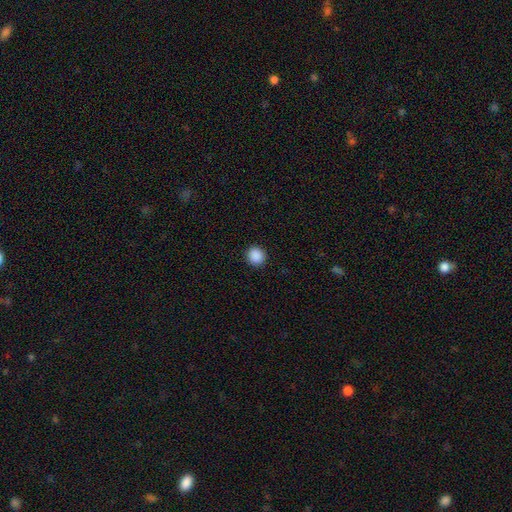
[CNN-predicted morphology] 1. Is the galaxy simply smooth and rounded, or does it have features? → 89% smooth, 9% star or artifact, 2% featured or disk.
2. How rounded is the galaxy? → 89% round, 10% in between, 1% cigar-shaped.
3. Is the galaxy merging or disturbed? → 92% none, 5% minor disturbance, 2% major disturbance, 1% merger.